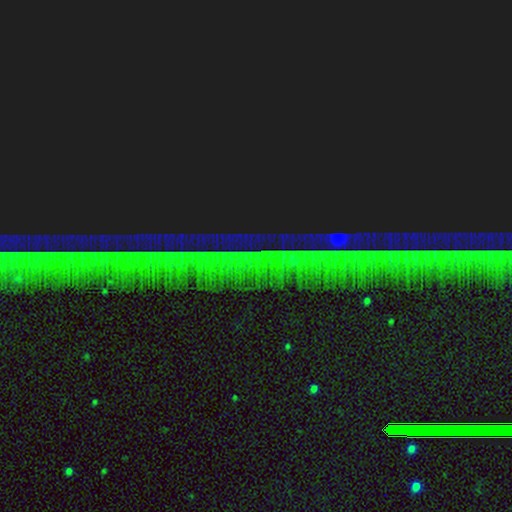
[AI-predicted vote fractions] smooth-or-featured: star or artifact: 87% | featured or disk: 7% | smooth: 6%